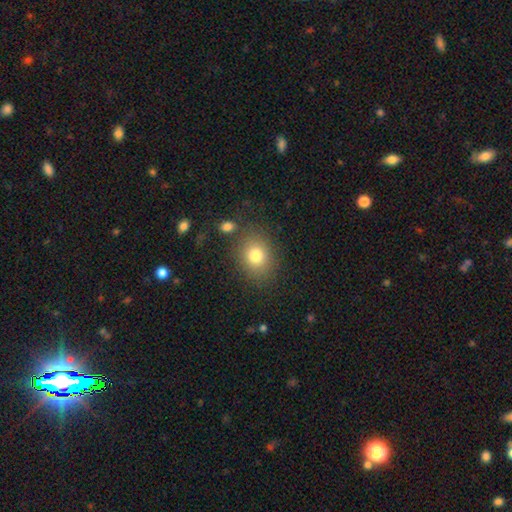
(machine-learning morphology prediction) smooth_or_featured: smooth (p=0.79) [alt: star or artifact p=0.11]
how_rounded: round (p=0.55) [alt: in between p=0.44]
merging: none (p=0.80) [alt: minor disturbance p=0.11]